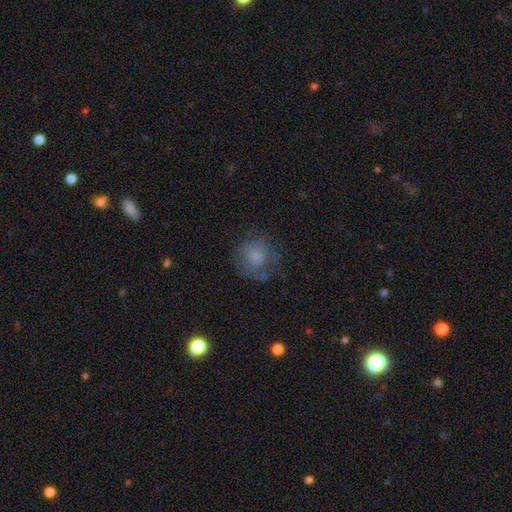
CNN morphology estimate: Smooth or featured? smooth (63%)
How rounded? round (81%)
Merging? none (56%)